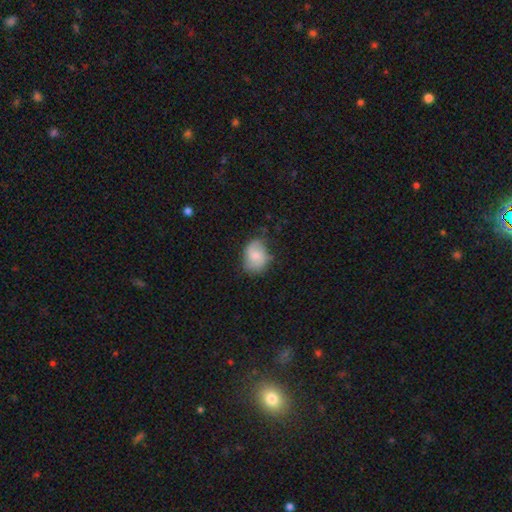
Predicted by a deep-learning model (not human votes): Overall: smooth (61%; featured or disk 32%). How rounded: in between (59%; round 40%). Merging: none (59%; minor disturbance 30%).